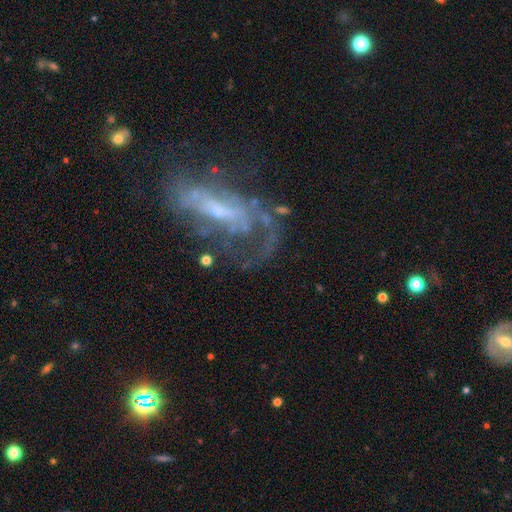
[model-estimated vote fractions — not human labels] A featured or disk galaxy (75%) with a weak bar (39%), spiral arms (77%) and a small central bulge (58%). Merging: none (47%).